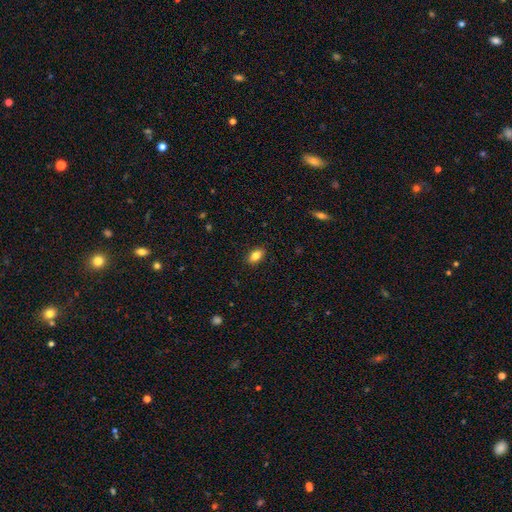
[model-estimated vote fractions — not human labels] A smooth galaxy with no disk features (84%) that is in between round and cigar-shaped (88%). Merging: none (89%).